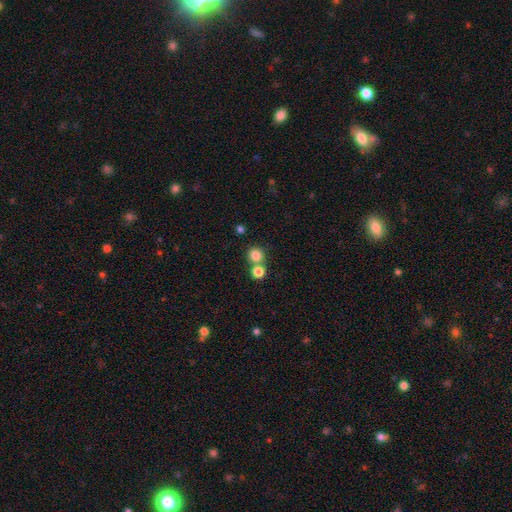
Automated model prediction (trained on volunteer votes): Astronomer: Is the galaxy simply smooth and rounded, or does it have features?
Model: smooth — 82%.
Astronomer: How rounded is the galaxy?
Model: round — 91%.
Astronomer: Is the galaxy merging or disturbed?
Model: none — 60%.